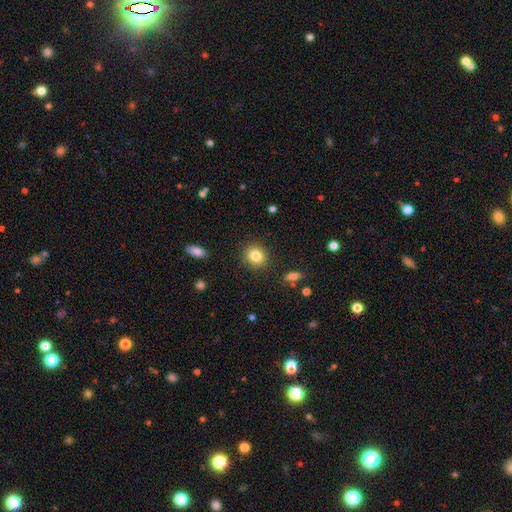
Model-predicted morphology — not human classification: Smooth or featured?
  - smooth: 83% *
  - star or artifact: 10%
  - featured or disk: 7%
How rounded?
  - round: 81% *
  - in between: 18%
  - cigar-shaped: 1%
Merging?
  - none: 89% *
  - minor disturbance: 7%
  - major disturbance: 2%
  - merger: 1%